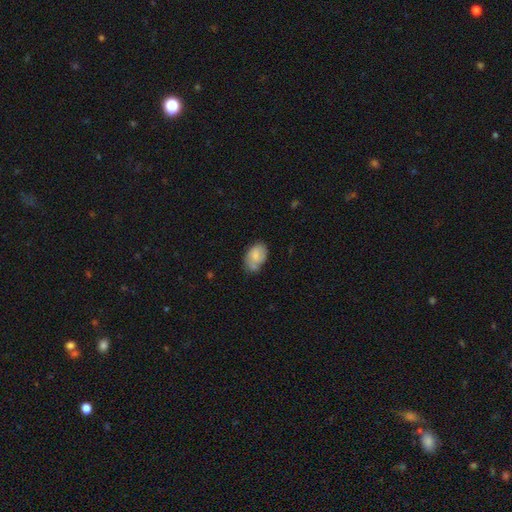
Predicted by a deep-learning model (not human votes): This is likely a smooth galaxy (77%). How rounded: clearly in between (88%). Merging: possibly none (52%).